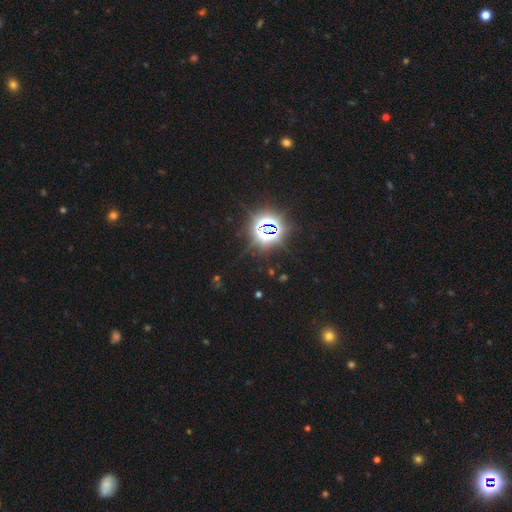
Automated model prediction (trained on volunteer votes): Smooth or featured?
  - star or artifact: 80% *
  - smooth: 14%
  - featured or disk: 6%